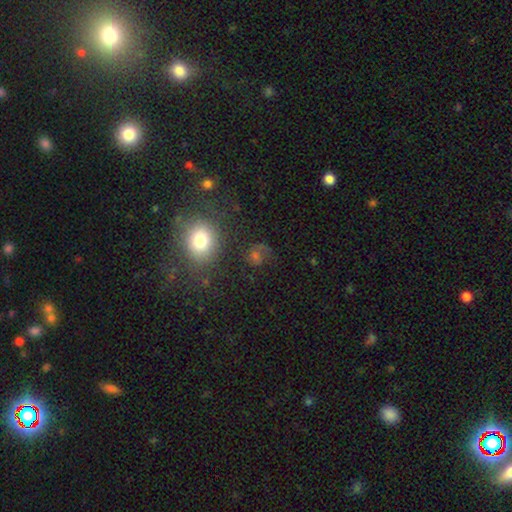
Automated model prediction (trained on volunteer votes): A smooth galaxy with no disk features (55%) that is round (72%). Merging: none (63%).